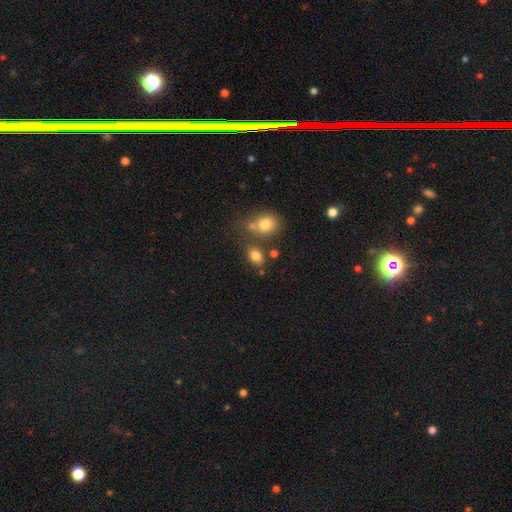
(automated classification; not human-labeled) A smooth galaxy with no disk features (80%) that is in between round and cigar-shaped (80%). Merging: none (64%).